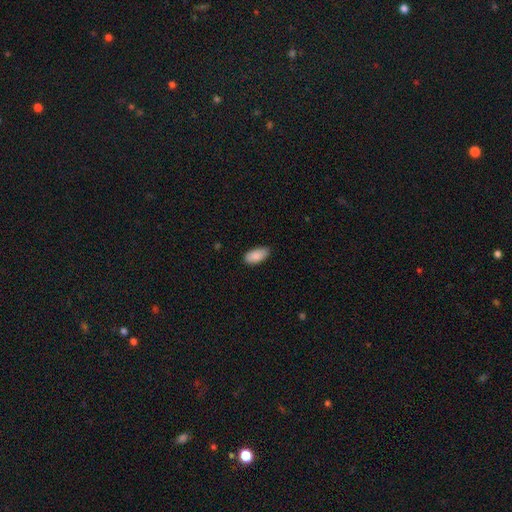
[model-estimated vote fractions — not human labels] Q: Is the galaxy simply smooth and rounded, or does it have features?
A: smooth — 89%.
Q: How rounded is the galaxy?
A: in between — 94%.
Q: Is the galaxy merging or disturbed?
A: none — 82%.